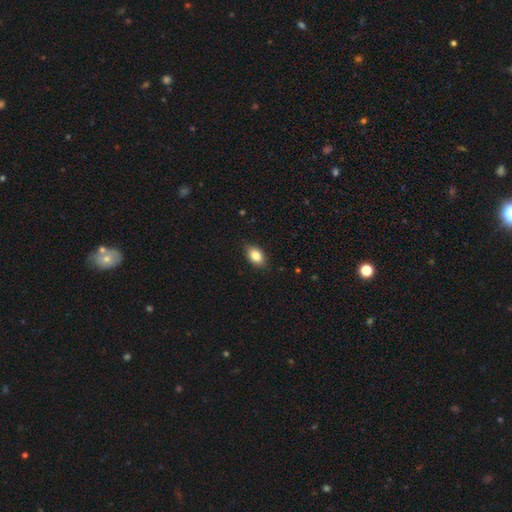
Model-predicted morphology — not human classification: Smooth or featured? Predicted: smooth (p=0.85). How rounded? Predicted: in between (p=0.88). Merging? Predicted: none (p=0.87).